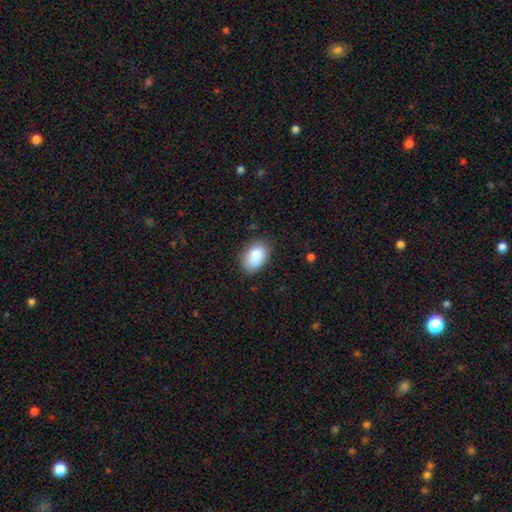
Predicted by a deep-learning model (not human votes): This appears to be a smooth galaxy with no disk features (87%) that is in between round and cigar-shaped (86%). Merging: none (79%).